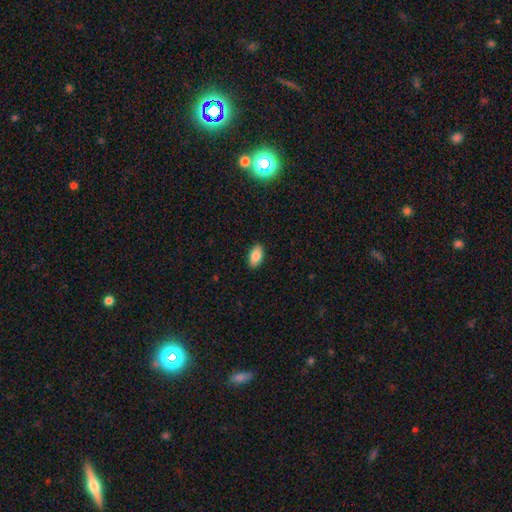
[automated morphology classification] Smooth or featured? smooth (85%)
How rounded? in between (93%)
Merging? none (89%)